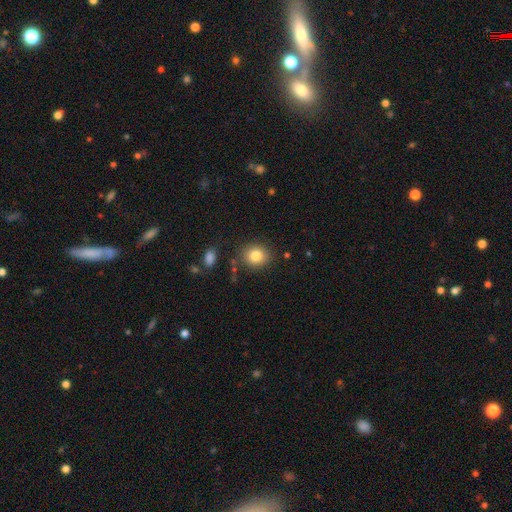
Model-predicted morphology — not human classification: smooth_or_featured: smooth (p=0.82) [alt: star or artifact p=0.10]
how_rounded: round (p=0.73) [alt: in between p=0.26]
merging: none (p=0.84) [alt: minor disturbance p=0.10]